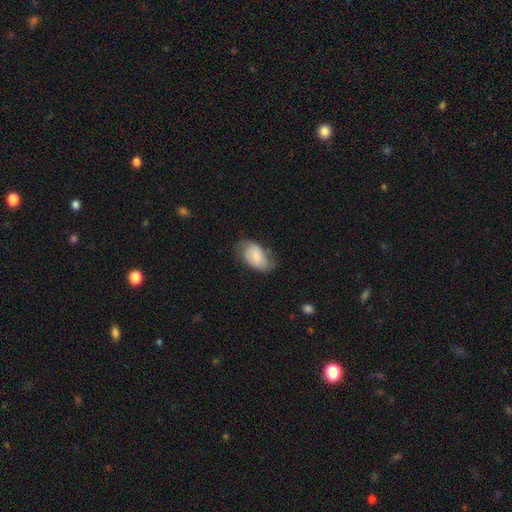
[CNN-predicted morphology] Smooth or featured? Predicted: smooth (p=0.61). How rounded? Predicted: in between (p=0.91). Merging? Predicted: none (p=0.54).